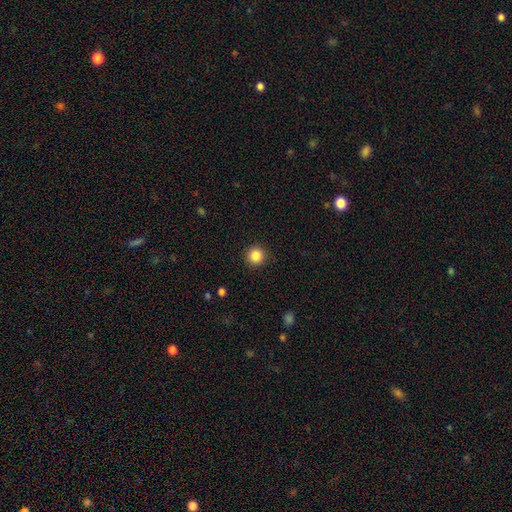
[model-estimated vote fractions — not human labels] smooth_or_featured: smooth (p=0.86) [alt: star or artifact p=0.10]
how_rounded: round (p=0.95) [alt: in between p=0.04]
merging: none (p=0.92) [alt: minor disturbance p=0.05]